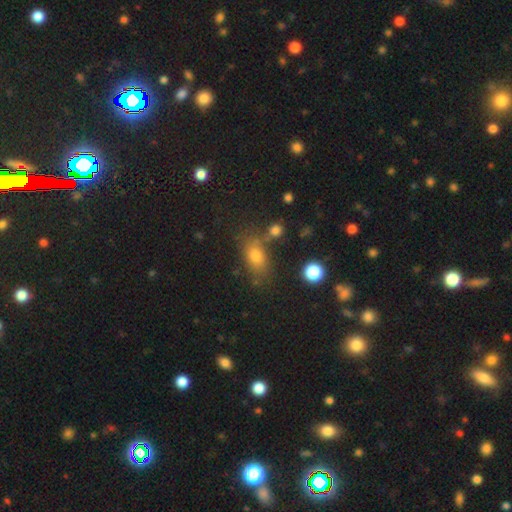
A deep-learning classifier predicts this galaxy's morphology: Smooth or featured?
  - smooth: 74% *
  - star or artifact: 15%
  - featured or disk: 11%
How rounded?
  - in between: 76% *
  - round: 18%
  - cigar-shaped: 6%
Merging?
  - none: 67% *
  - minor disturbance: 15%
  - merger: 12%
  - major disturbance: 6%